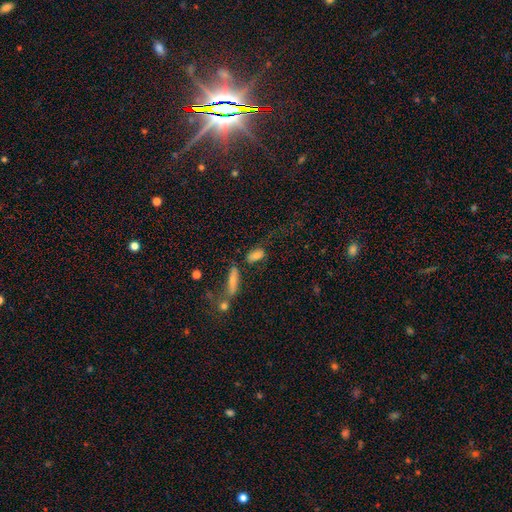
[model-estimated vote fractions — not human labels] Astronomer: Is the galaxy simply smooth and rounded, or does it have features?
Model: smooth — 67%.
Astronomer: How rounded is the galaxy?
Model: in between — 61%.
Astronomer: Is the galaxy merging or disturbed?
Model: none — 51%.